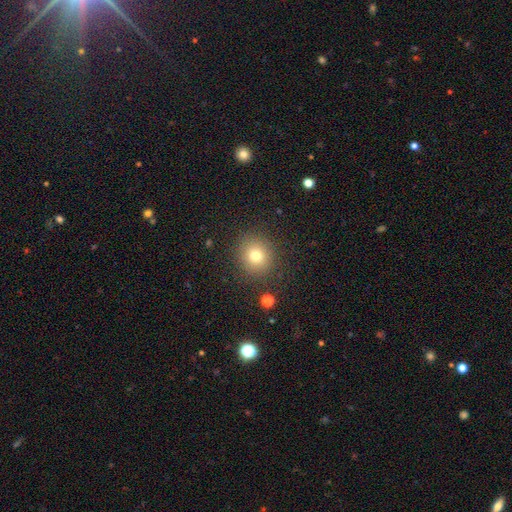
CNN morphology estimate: type=smooth (77%); roundness=round (89%); merging=none (88%).